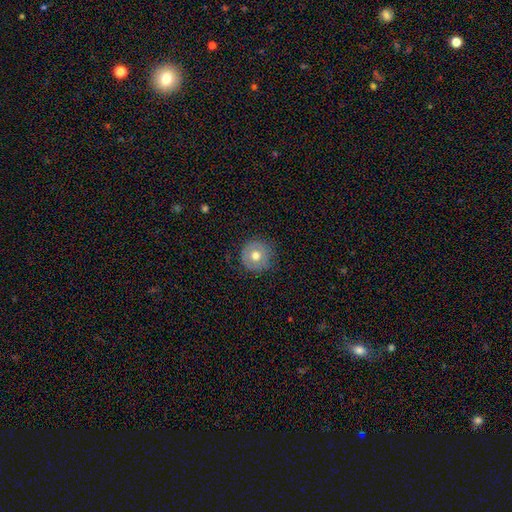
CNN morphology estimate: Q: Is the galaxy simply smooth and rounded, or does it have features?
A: smooth — 64%.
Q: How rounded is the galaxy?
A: round — 95%.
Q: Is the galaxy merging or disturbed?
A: none — 84%.